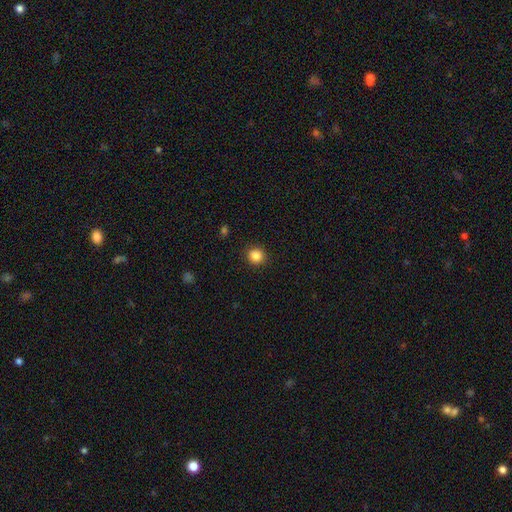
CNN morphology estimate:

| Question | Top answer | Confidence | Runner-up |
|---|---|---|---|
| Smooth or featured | smooth | 85% | star or artifact (11%) |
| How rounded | round | 92% | in between (7%) |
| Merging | none | 92% | minor disturbance (6%) |